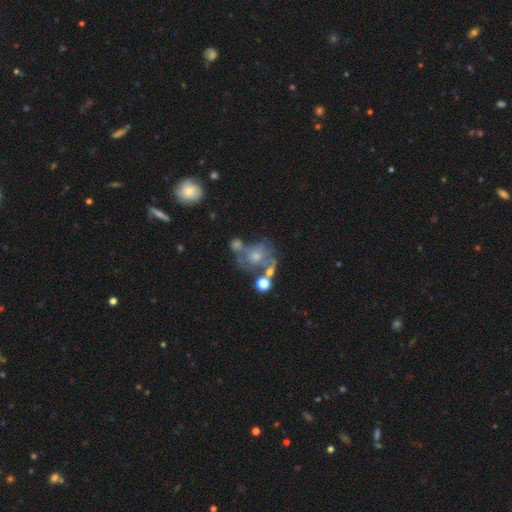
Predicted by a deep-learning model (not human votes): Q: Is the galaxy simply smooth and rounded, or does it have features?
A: featured or disk — 51%.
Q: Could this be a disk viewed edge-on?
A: no — 97%.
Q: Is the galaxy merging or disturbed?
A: merger — 31%.